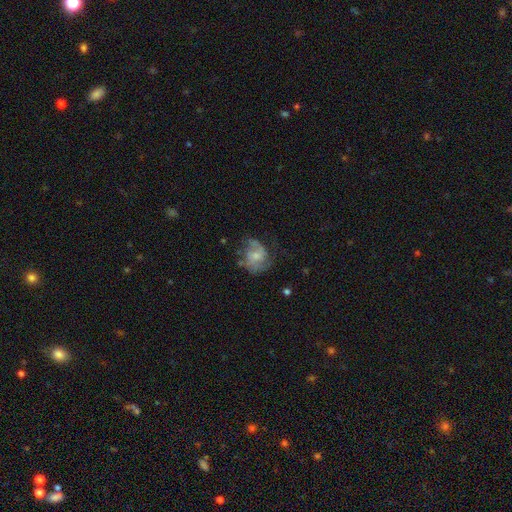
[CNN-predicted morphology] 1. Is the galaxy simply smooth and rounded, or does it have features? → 56% featured or disk, 36% smooth, 8% star or artifact.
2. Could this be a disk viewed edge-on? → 97% no, 3% yes.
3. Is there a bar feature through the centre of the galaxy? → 61% no, 34% weak, 6% strong.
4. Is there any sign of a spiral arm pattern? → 73% yes, 27% no.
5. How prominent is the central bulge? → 41% small, 35% moderate, 17% none, 5% large, 1% dominant.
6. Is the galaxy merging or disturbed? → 46% none, 26% minor disturbance, 25% major disturbance, 3% merger.